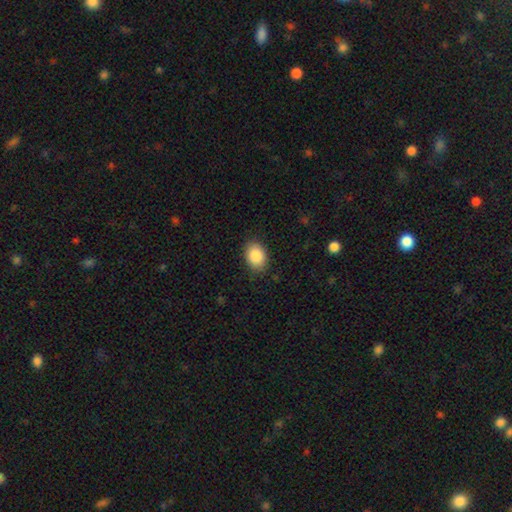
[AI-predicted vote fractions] This appears to be a smooth galaxy with no disk features (88%) that is in between round and cigar-shaped (75%). Merging: none (84%).